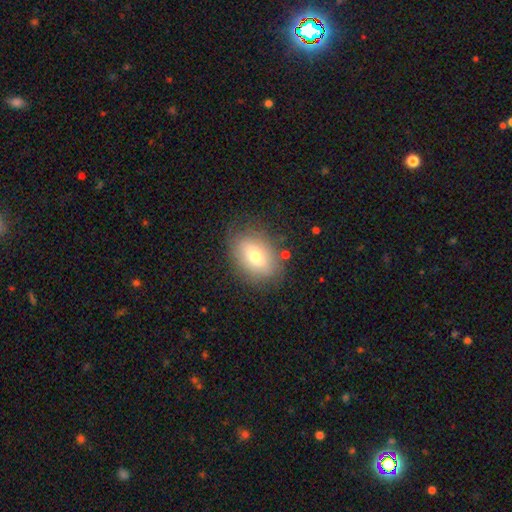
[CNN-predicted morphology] Q: Smooth or featured?
A: smooth (65%); runner-up: featured or disk (26%)
Q: How rounded?
A: in between (81%); runner-up: round (17%)
Q: Merging?
A: none (75%); runner-up: minor disturbance (17%)